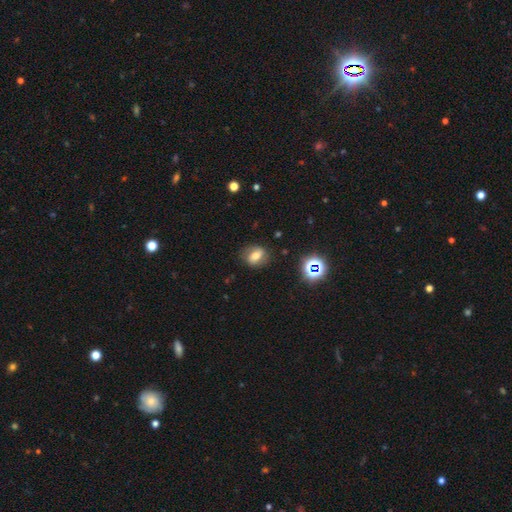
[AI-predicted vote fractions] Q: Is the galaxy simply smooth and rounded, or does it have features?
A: smooth — 60%.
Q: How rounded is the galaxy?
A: in between — 58%.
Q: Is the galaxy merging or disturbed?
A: none — 81%.